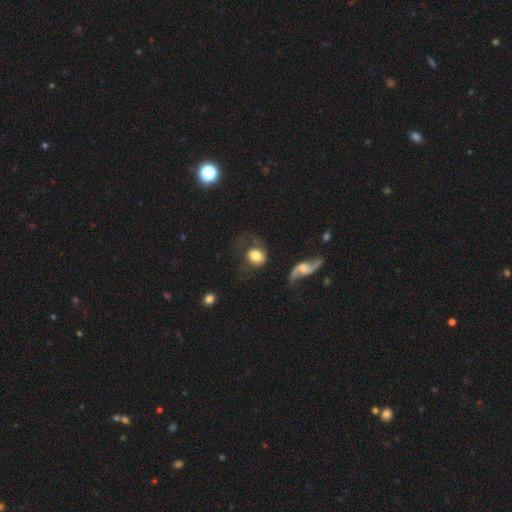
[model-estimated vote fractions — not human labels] A smooth galaxy with no disk features (64%) that is round (66%). Merging: none (42%).